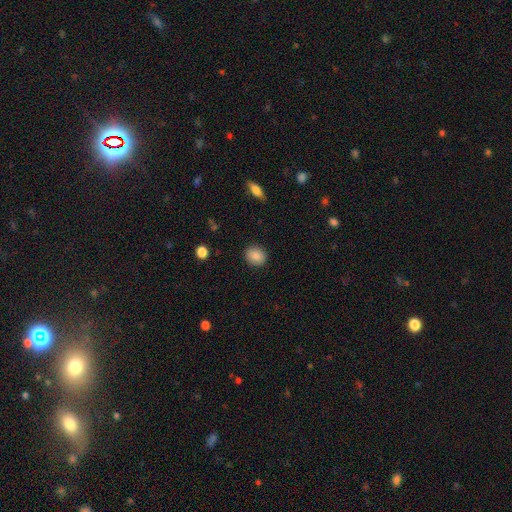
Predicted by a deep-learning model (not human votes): This appears to be a smooth galaxy with no disk features (87%) that is round (66%). Merging: none (89%).